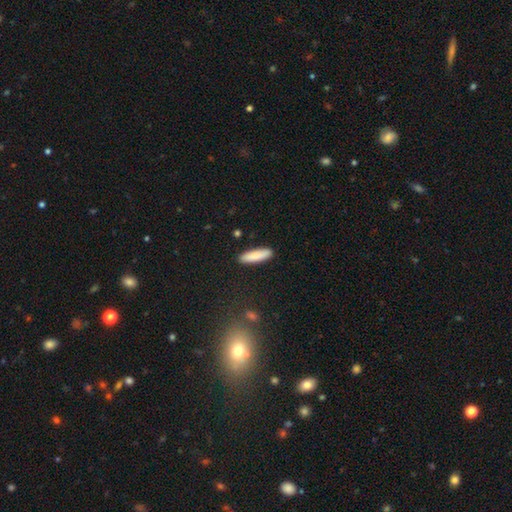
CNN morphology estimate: smooth_or_featured: smooth (p=0.87) [alt: featured or disk p=0.07]
how_rounded: cigar-shaped (p=0.68) [alt: in between p=0.30]
merging: none (p=0.90) [alt: minor disturbance p=0.07]